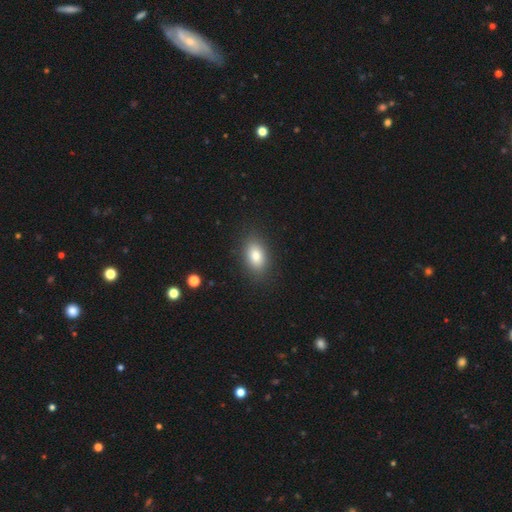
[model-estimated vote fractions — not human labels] This appears to be a smooth galaxy with no disk features (82%) that is in between round and cigar-shaped (87%). Merging: none (87%).